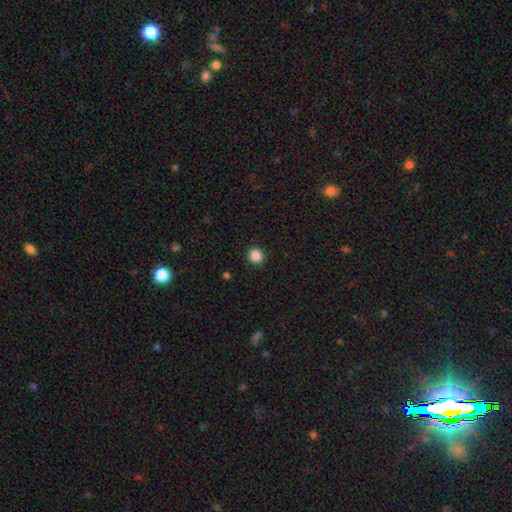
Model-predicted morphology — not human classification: The model was most divided on "smooth or featured": smooth: 86%, star or artifact: 11%, featured or disk: 3%. More confident: merging — none (92%); how rounded — round (91%).